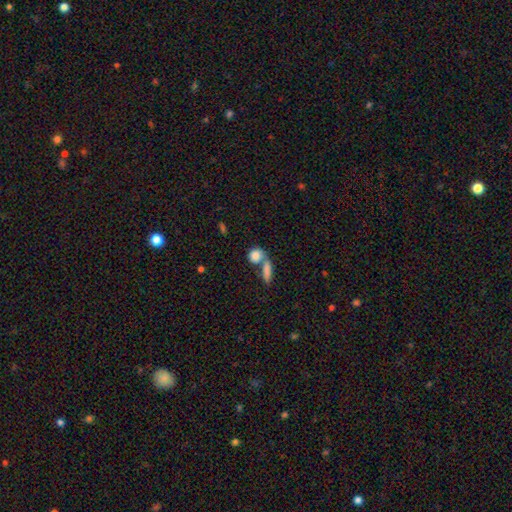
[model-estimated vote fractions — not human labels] Smooth or featured? smooth (83%)
How rounded? round (54%)
Merging? merger (46%)